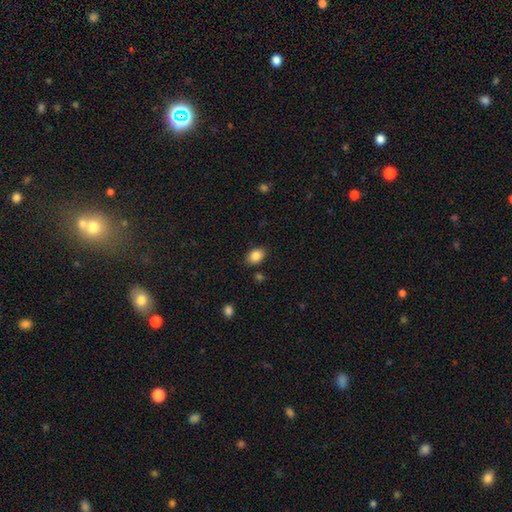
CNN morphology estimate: Q: Smooth or featured?
A: smooth (86%); runner-up: star or artifact (9%)
Q: How rounded?
A: in between (77%); runner-up: round (22%)
Q: Merging?
A: none (83%); runner-up: minor disturbance (12%)